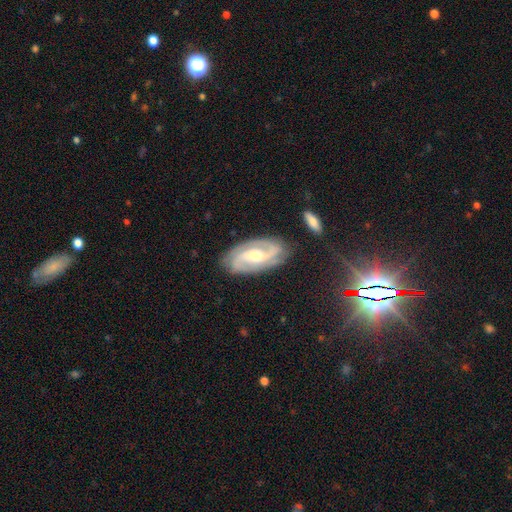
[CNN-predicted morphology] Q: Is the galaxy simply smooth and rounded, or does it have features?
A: featured or disk — 86%.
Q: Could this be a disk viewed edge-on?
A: no — 95%.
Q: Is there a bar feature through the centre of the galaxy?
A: weak — 45%.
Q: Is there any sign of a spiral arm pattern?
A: yes — 96%.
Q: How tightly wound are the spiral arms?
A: medium — 49%.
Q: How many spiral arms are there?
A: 2 — 79%.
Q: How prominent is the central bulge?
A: moderate — 67%.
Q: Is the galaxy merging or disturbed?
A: none — 80%.